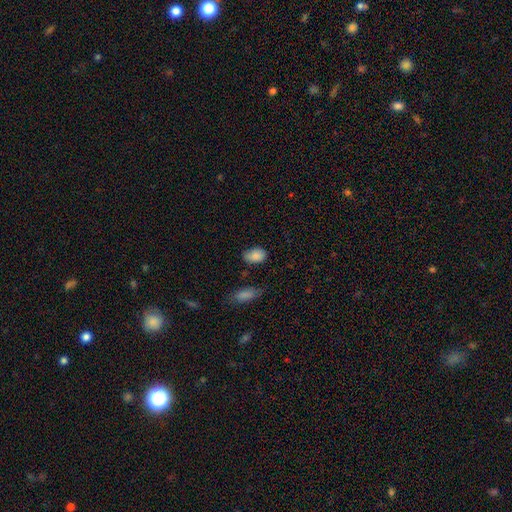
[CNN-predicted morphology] This appears to be a smooth galaxy with no disk features (85%) that is in between round and cigar-shaped (86%). Merging: none (65%).